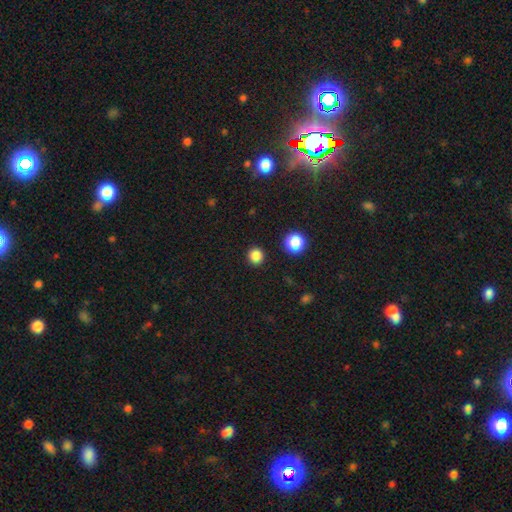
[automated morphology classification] Q: Smooth or featured?
A: smooth (84%); runner-up: star or artifact (13%)
Q: How rounded?
A: round (88%); runner-up: in between (11%)
Q: Merging?
A: none (91%); runner-up: minor disturbance (5%)